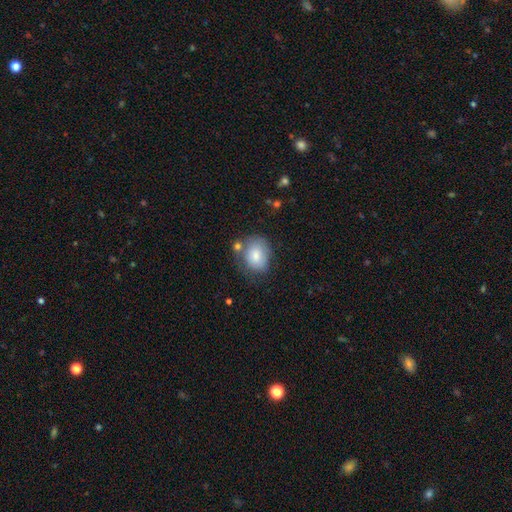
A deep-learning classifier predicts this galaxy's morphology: Overall: smooth (77%). How rounded: round (55%; in between 44%). Merging: none (56%; minor disturbance 24%).